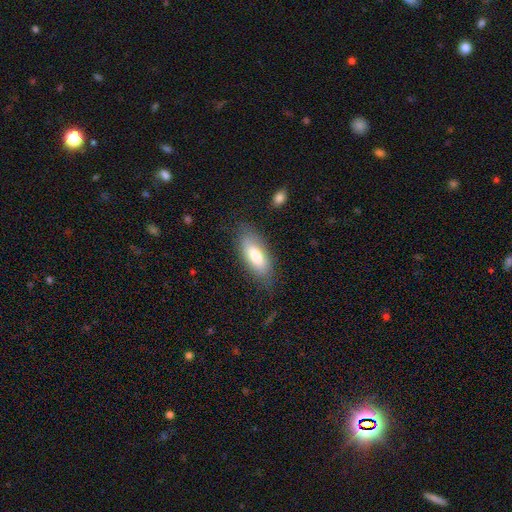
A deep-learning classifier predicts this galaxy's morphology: smooth 76%, featured or disk 17%, star or artifact 6%. Down the decision tree: how rounded — in between (77%); merging — none (77%).